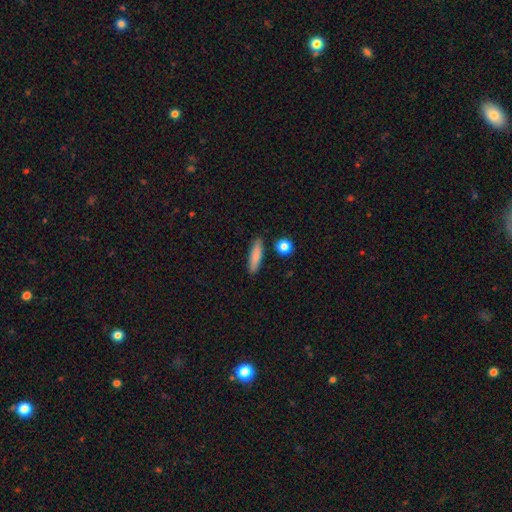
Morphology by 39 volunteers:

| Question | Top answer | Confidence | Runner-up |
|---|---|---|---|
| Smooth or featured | smooth | 85% | star or artifact (10%) |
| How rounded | cigar-shaped | 88% | round (6%) |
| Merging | none | 83% | minor disturbance (6%) |